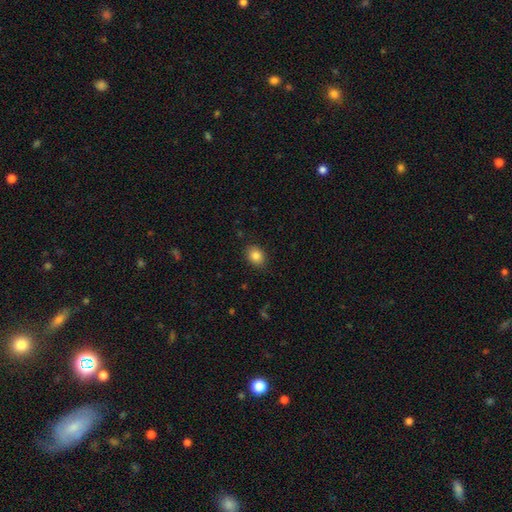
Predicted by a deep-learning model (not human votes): Smooth or featured?
  - smooth: 84% *
  - star or artifact: 9%
  - featured or disk: 6%
How rounded?
  - in between: 53% *
  - round: 46%
  - cigar-shaped: 1%
Merging?
  - none: 87% *
  - minor disturbance: 9%
  - major disturbance: 2%
  - merger: 1%